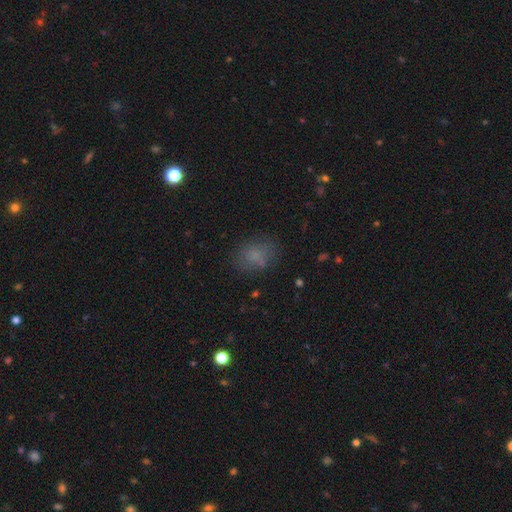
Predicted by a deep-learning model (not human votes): A smooth galaxy with no disk features (72%) that is in between round and cigar-shaped (58%).

Vote fractions:
- Smooth or featured? smooth: 72% / star or artifact: 16% / featured or disk: 11%
- How rounded? in between: 58% / round: 40% / cigar-shaped: 1%
- Merging? none: 69% / minor disturbance: 18% / major disturbance: 9% / merger: 3%